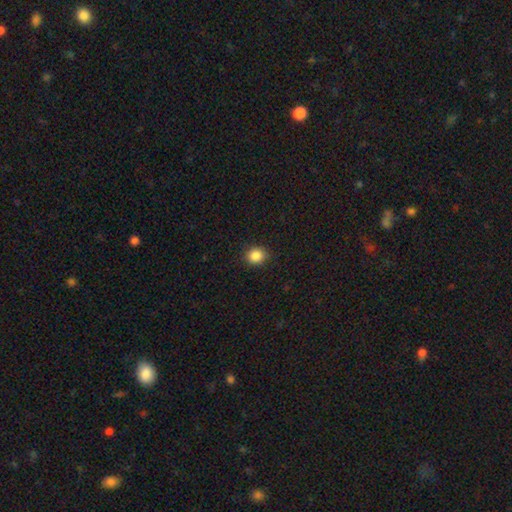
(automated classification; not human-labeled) This is clearly a smooth galaxy (87%). How rounded: likely round (80%). Merging: clearly none (90%).